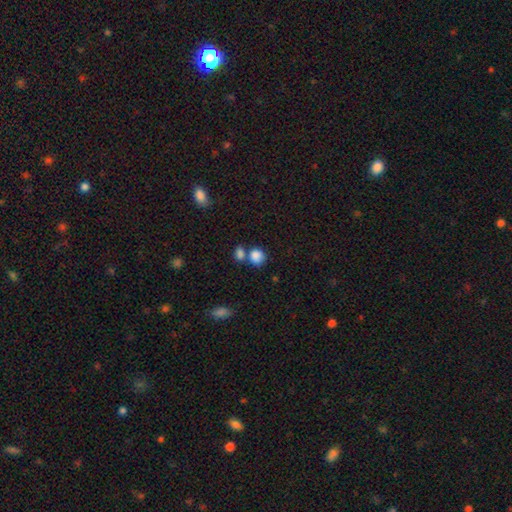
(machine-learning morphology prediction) This is clearly a smooth galaxy (85%). How rounded: likely round (69%). Merging: possibly none (47%).